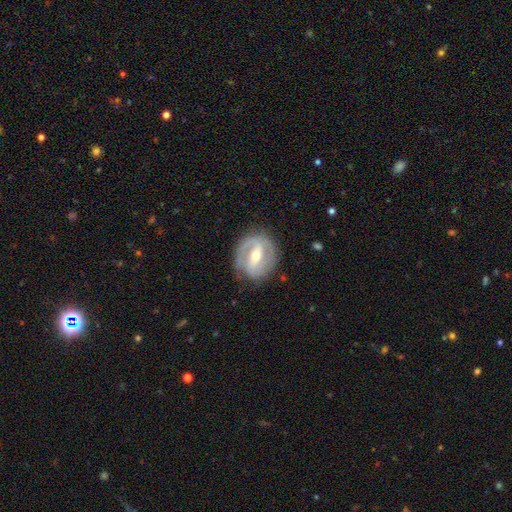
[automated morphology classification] Q: Smooth or featured?
A: featured or disk (82%); runner-up: smooth (13%)
Q: Edge-on disk?
A: no (96%); runner-up: yes (4%)
Q: Bar?
A: strong (53%); runner-up: weak (34%)
Q: Spiral arms?
A: yes (85%); runner-up: no (15%)
Q: Spiral winding?
A: tight (49%); runner-up: medium (40%)
Q: Spiral arm count?
A: 2 (80%); runner-up: can't tell (10%)
Q: Bulge size?
A: moderate (61%); runner-up: small (35%)
Q: Merging?
A: none (80%); runner-up: minor disturbance (14%)